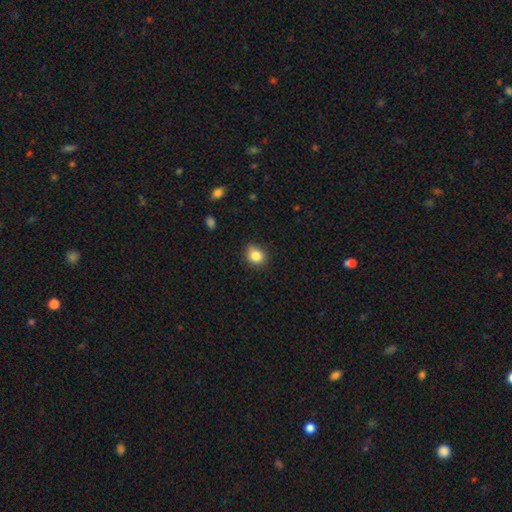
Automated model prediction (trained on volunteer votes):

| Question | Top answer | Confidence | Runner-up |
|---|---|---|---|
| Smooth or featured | smooth | 85% | star or artifact (10%) |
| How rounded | round | 70% | in between (29%) |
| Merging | none | 83% | minor disturbance (13%) |